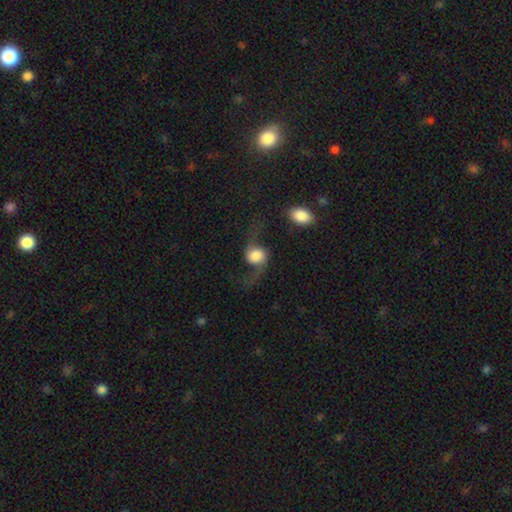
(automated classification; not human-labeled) This is likely a featured or disk galaxy (63%). It is clearly not viewed edge-on (93%). Bar: likely no (66%). Spiral arm pattern: clearly yes (91%). Spiral arm count: clearly 2 (90%). Spiral winding: clearly loose (92%). Central bulge: marginally large (41%). Merging: possibly none (52%).